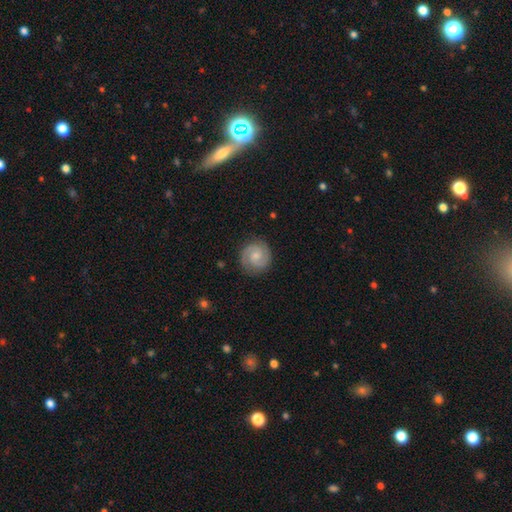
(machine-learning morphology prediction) A featured or disk galaxy (76%) with no bar (57%), 2 (88%) tight (57%) spiral arms (97%) and a small central bulge (47%). Merging: none (85%).